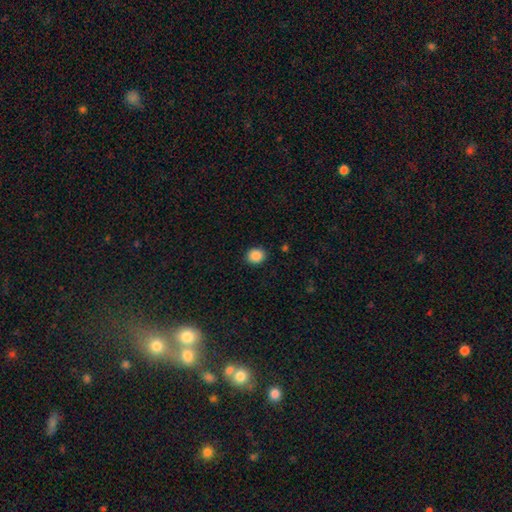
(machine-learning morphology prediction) Smooth or featured: smooth — 88% (star or artifact — 9%)
How rounded: round — 69% (in between — 30%)
Merging: none — 89% (minor disturbance — 7%)